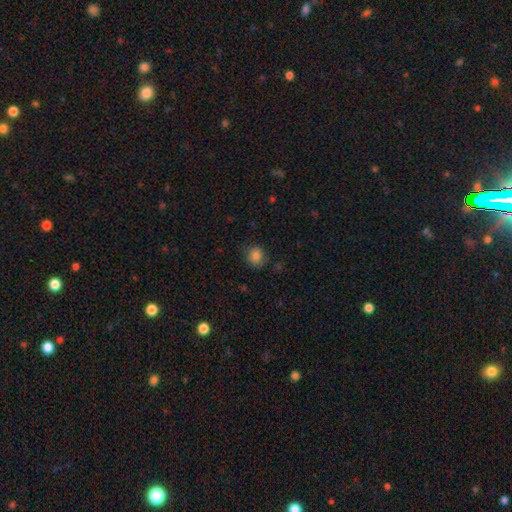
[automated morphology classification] This appears to be a smooth galaxy with no disk features (83%) that is round (85%). Merging: none (84%).